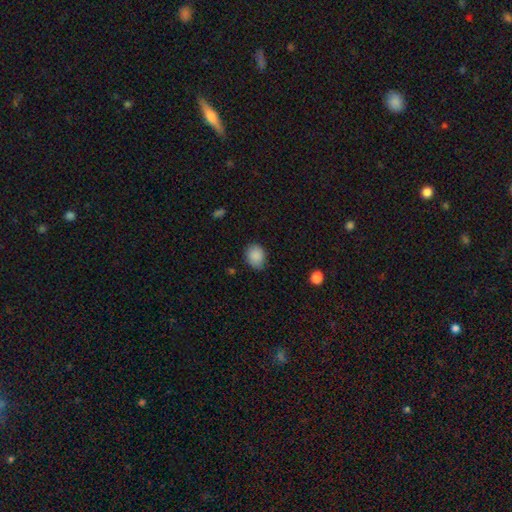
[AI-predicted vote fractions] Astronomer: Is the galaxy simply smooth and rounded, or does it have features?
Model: smooth — 88%.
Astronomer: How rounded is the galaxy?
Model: round — 54% (runner-up: in between, 45%).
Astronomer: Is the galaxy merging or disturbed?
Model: none — 77%.